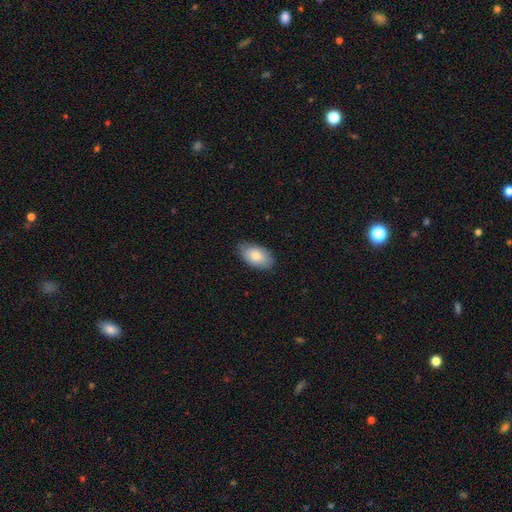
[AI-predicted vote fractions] A smooth galaxy with no disk features (80%) that is in between round and cigar-shaped (94%).

Vote fractions:
- Smooth or featured? smooth: 80% / featured or disk: 14% / star or artifact: 6%
- How rounded? in between: 94% / round: 4% / cigar-shaped: 2%
- Merging? none: 78% / minor disturbance: 18% / major disturbance: 3% / merger: 1%